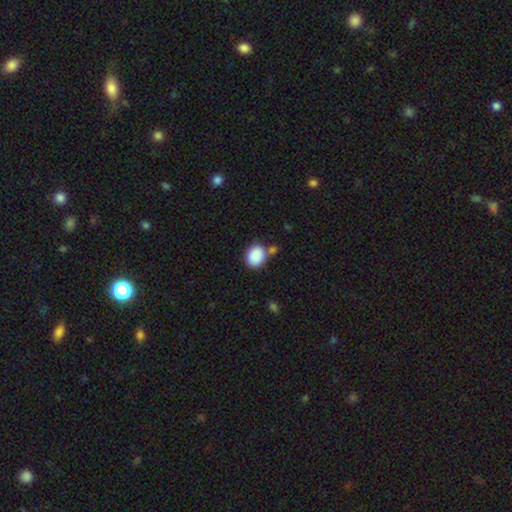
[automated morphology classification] smooth 89%, star or artifact 8%, featured or disk 3%. Down the decision tree: how rounded — round (50%); merging — none (71%).